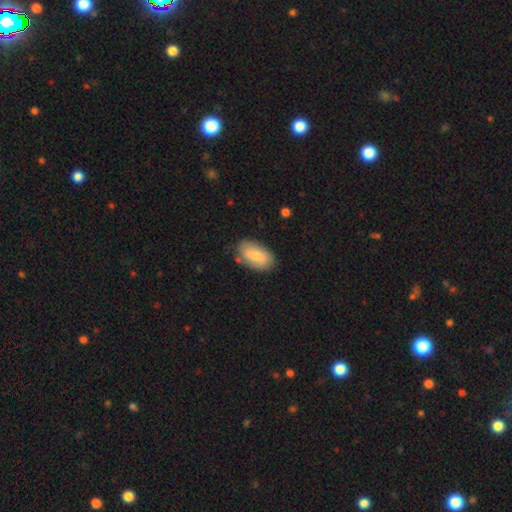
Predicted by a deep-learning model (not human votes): Morphology: type=smooth (70%); roundness=in between (93%); merging=none (77%).